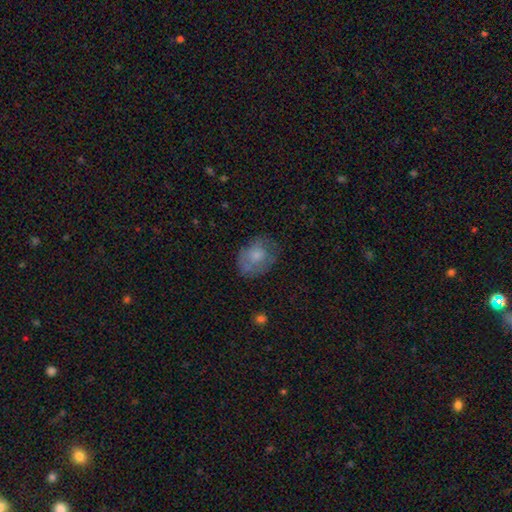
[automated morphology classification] This is likely a smooth galaxy (64%). How rounded: likely in between (65%). Merging: likely none (61%).